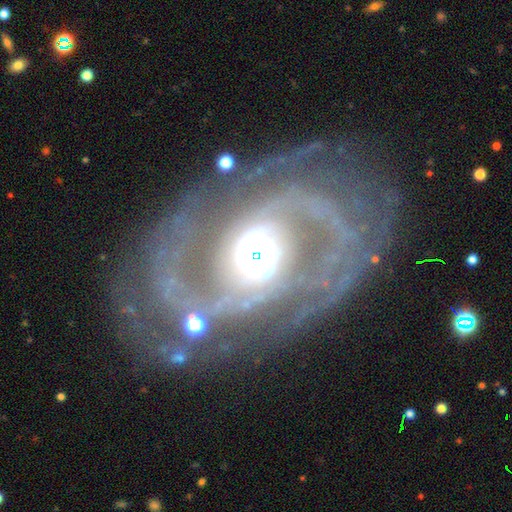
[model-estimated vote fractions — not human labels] This appears to be a featured or disk galaxy (91%) with no bar (46%), 2 (73%) medium (46%) spiral arms (97%) and a moderate central bulge (51%). Merging: none (72%).